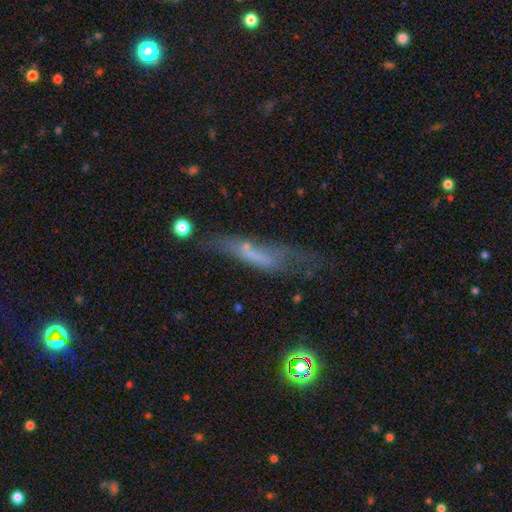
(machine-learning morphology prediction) smooth_or_featured: smooth (p=0.44) [alt: featured or disk p=0.42]
merging: none (p=0.41) [alt: major disturbance p=0.27]